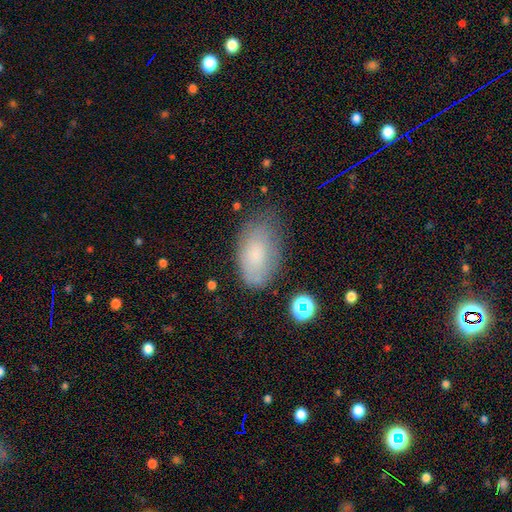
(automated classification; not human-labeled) A smooth galaxy with no disk features (71%) that is in between round and cigar-shaped (93%). Merging: none (62%).